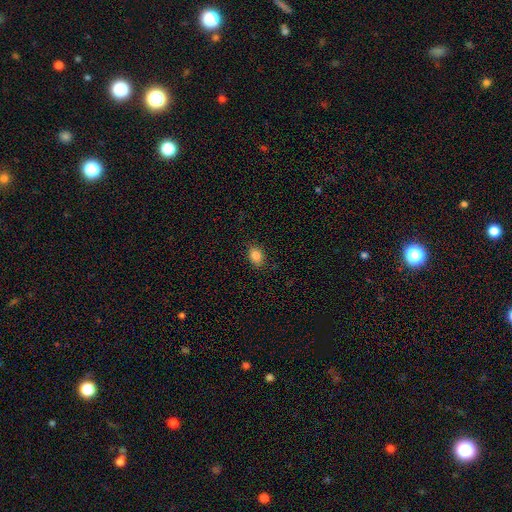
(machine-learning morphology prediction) type=smooth (85%); roundness=in between (72%); merging=none (88%).